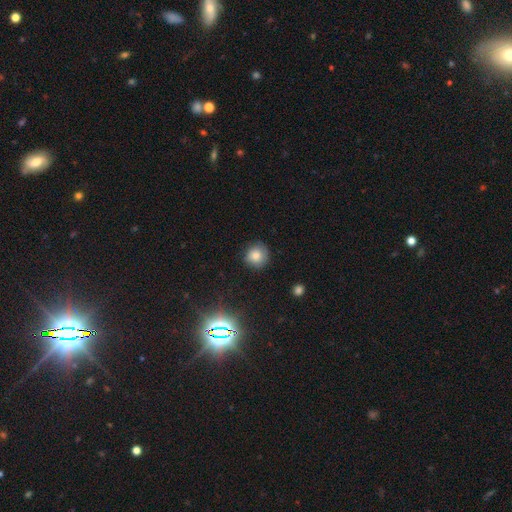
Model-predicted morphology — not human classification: Q: Smooth or featured?
A: smooth (75%); runner-up: star or artifact (13%)
Q: How rounded?
A: round (88%); runner-up: in between (11%)
Q: Merging?
A: none (79%); runner-up: minor disturbance (15%)